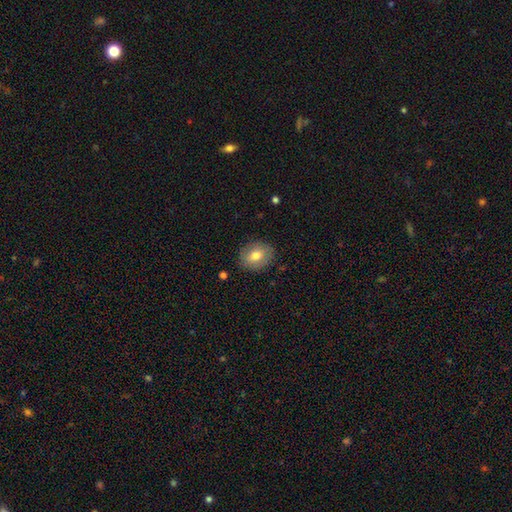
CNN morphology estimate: A smooth galaxy with no disk features (75%) that is round (54%). Merging: none (86%).